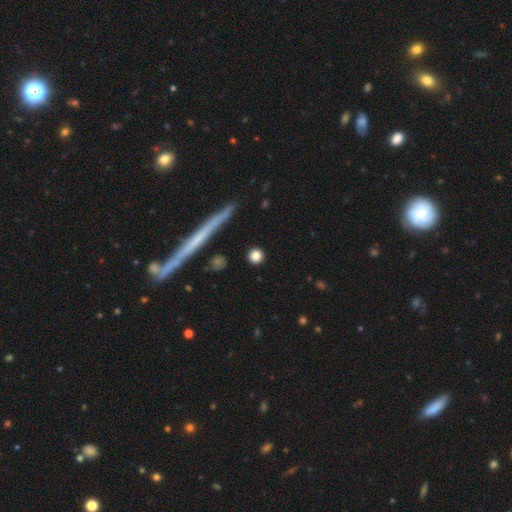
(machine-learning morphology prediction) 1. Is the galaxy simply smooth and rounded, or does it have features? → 83% smooth, 9% star or artifact, 8% featured or disk.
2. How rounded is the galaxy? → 89% round, 7% in between, 4% cigar-shaped.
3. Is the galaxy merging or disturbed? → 90% none, 6% minor disturbance, 2% major disturbance, 2% merger.